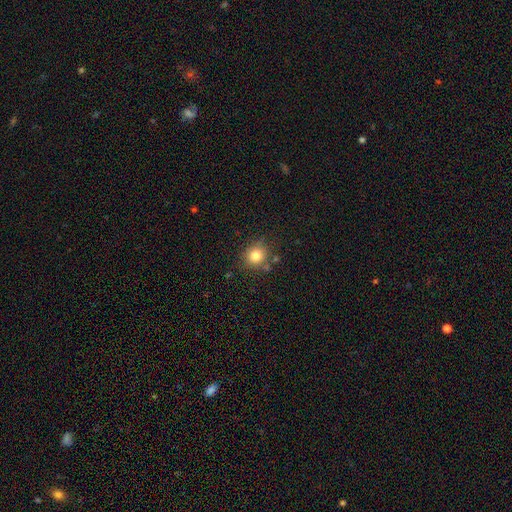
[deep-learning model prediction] A smooth galaxy with no disk features (81%) that is round (82%).

Vote fractions:
- Smooth or featured? smooth: 81% / star or artifact: 12% / featured or disk: 7%
- How rounded? round: 82% / in between: 17% / cigar-shaped: 1%
- Merging? none: 78% / minor disturbance: 13% / merger: 5% / major disturbance: 4%